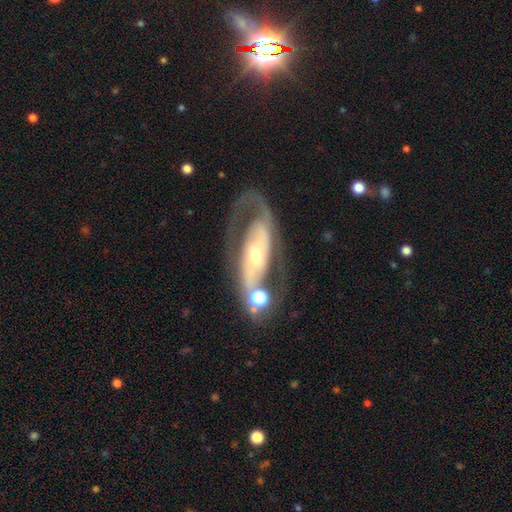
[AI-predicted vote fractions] A featured or disk galaxy (81%) with no bar (47%), 2 (76%) medium (45%) spiral arms (76%) and a moderate central bulge (48%).

Vote fractions:
- Smooth or featured? featured or disk: 81% / smooth: 13% / star or artifact: 6%
- Edge-on disk? no: 90% / yes: 10%
- Bar? no: 47% / strong: 27% / weak: 26%
- Spiral arms? yes: 76% / no: 24%
- Spiral winding? medium: 45% / tight: 29% / loose: 27%
- Spiral arm count? 2: 76% / can't tell: 11% / 1: 9% / 3: 2% / 4: 1% / more than 4: 1%
- Bulge size? moderate: 48% / small: 43% / large: 6% / none: 2% / dominant: 2%
- Merging? none: 59% / minor disturbance: 16% / major disturbance: 16% / merger: 10%